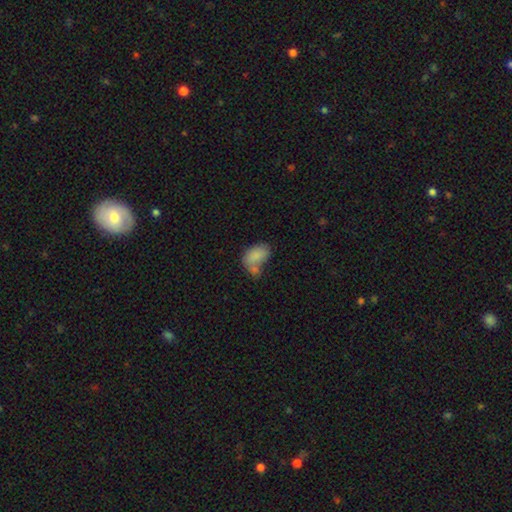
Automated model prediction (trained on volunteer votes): This is clearly a smooth galaxy (81%). How rounded: clearly in between (89%). Merging: marginally merger (39%).